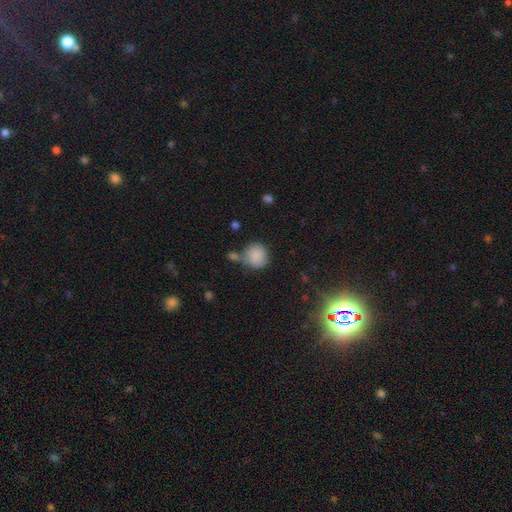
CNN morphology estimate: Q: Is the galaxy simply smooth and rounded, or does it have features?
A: smooth — 86%.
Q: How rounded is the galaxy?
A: round — 86%.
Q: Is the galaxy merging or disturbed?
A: none — 61%.